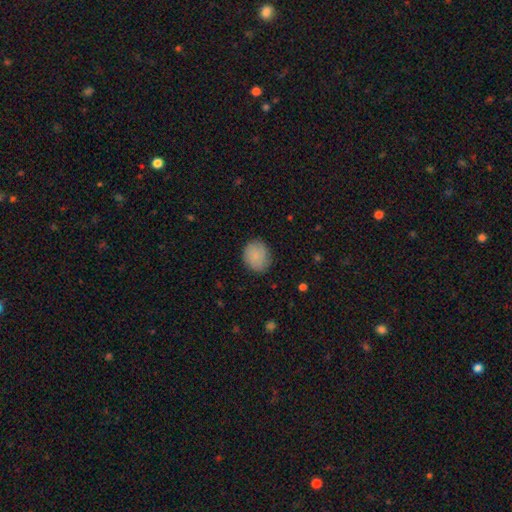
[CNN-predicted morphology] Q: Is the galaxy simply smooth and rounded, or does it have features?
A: smooth — 84%.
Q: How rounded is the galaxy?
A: round — 66%.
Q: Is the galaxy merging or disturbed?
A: none — 80%.